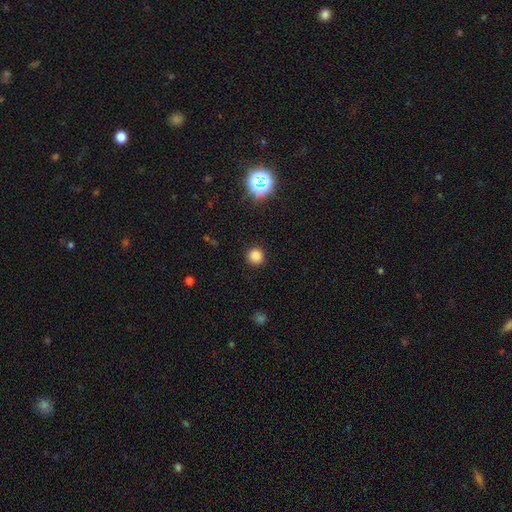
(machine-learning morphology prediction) A smooth galaxy with no disk features (81%) that is round (93%).

Vote fractions:
- Smooth or featured? smooth: 81% / star or artifact: 15% / featured or disk: 4%
- How rounded? round: 93% / in between: 6% / cigar-shaped: 1%
- Merging? none: 91% / minor disturbance: 6% / major disturbance: 2% / merger: 1%